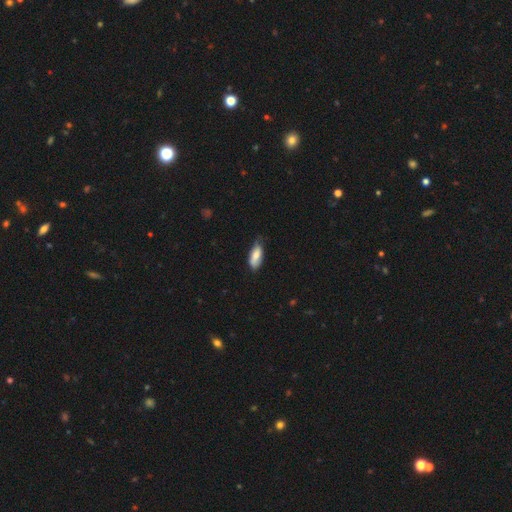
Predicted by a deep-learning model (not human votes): smooth 78%, featured or disk 16%, star or artifact 6%. Down the decision tree: how rounded — in between (79%); merging — none (55%).